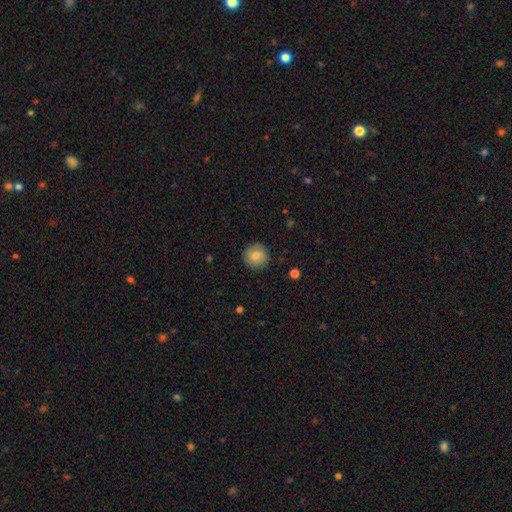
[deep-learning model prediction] Smooth or featured? smooth (79%)
How rounded? round (95%)
Merging? none (90%)